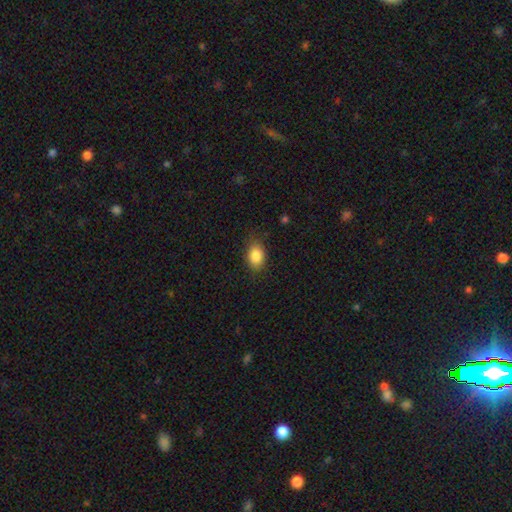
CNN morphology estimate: smooth 86%, star or artifact 8%, featured or disk 6%. Down the decision tree: how rounded — in between (80%); merging — none (80%).